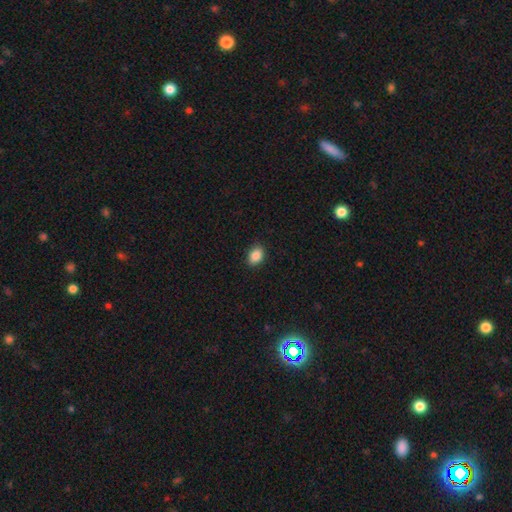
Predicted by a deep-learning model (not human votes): Morphology: type=smooth (88%); roundness=in between (74%); merging=none (88%).